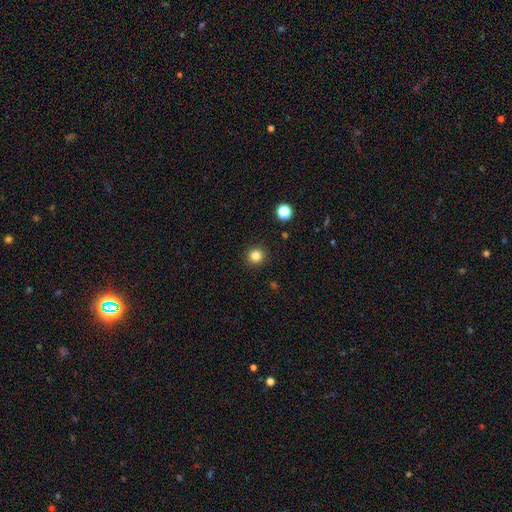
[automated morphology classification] type=smooth (83%); roundness=round (93%); merging=none (92%).